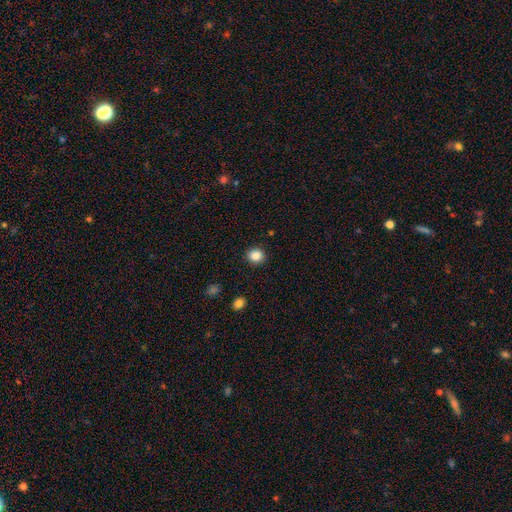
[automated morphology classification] smooth-or-featured: smooth: 86% | star or artifact: 10% | featured or disk: 3%
  how-rounded: round: 79% | in between: 20% | cigar-shaped: 1%
  merging: none: 90% | minor disturbance: 7% | major disturbance: 2% | merger: 1%